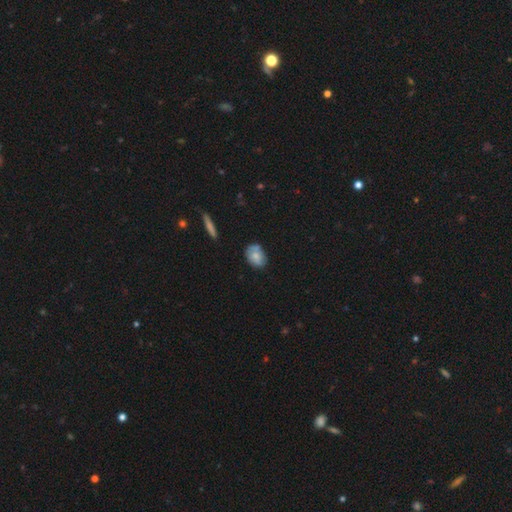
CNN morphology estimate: smooth 57%, featured or disk 36%, star or artifact 7%. Down the decision tree: how rounded — in between (70%); merging — none (65%).